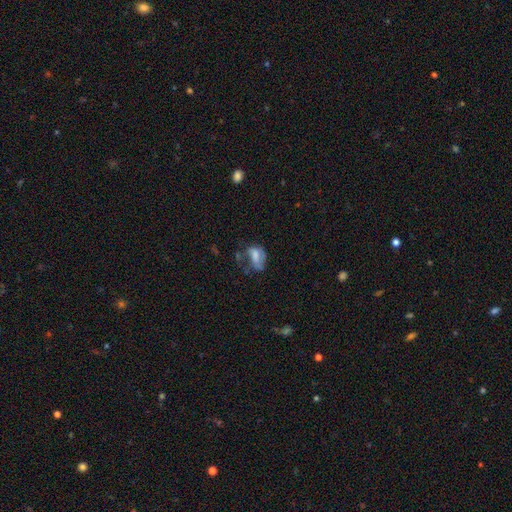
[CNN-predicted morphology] Smooth or featured? Predicted: smooth (p=0.54). How rounded? Predicted: in between (p=0.83). Merging? Predicted: major disturbance (p=0.38).